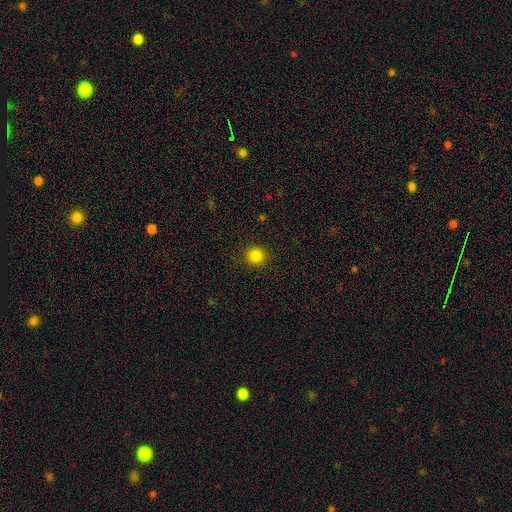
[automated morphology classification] type=smooth (84%); roundness=round (92%); merging=none (91%).